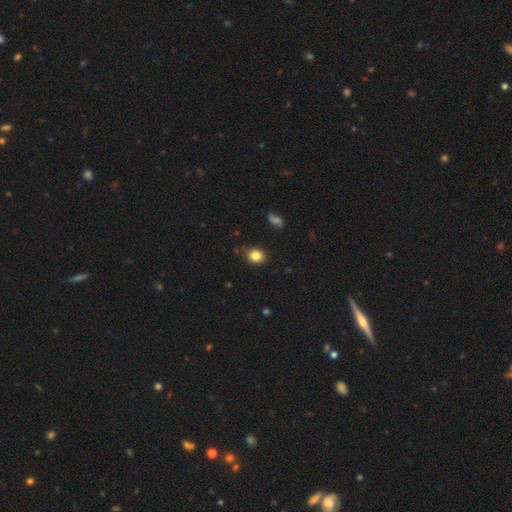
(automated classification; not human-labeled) A smooth galaxy with no disk features (83%) that is round (61%). Merging: none (84%).